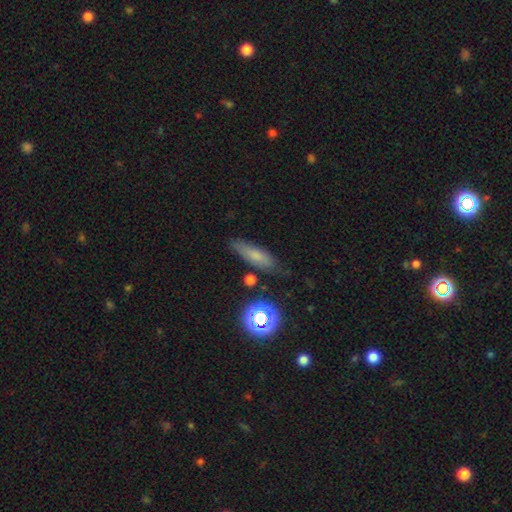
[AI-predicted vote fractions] Morphology: type=smooth (67%); roundness=cigar-shaped (53%); merging=none (75%).